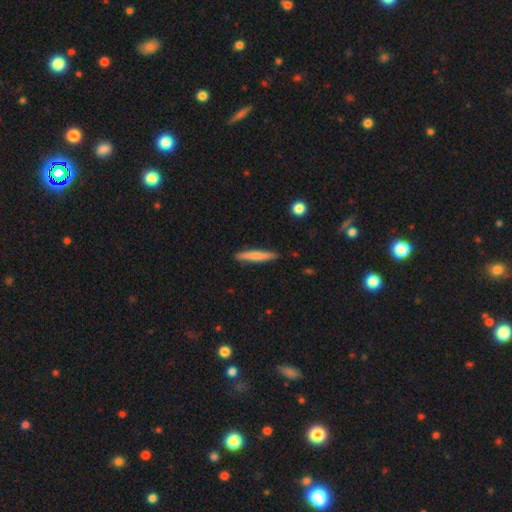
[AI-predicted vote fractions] Smooth or featured: smooth — 72% (featured or disk — 22%)
How rounded: cigar-shaped — 93% (in between — 6%)
Merging: none — 88% (minor disturbance — 9%)